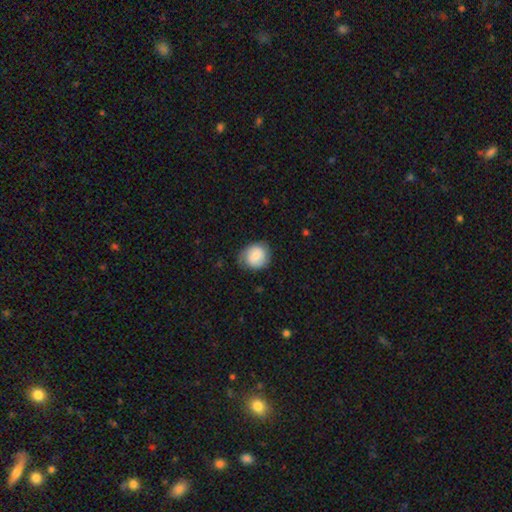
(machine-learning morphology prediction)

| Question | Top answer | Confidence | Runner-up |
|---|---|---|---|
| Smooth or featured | smooth | 72% | featured or disk (20%) |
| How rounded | round | 75% | in between (24%) |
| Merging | none | 65% | minor disturbance (26%) |